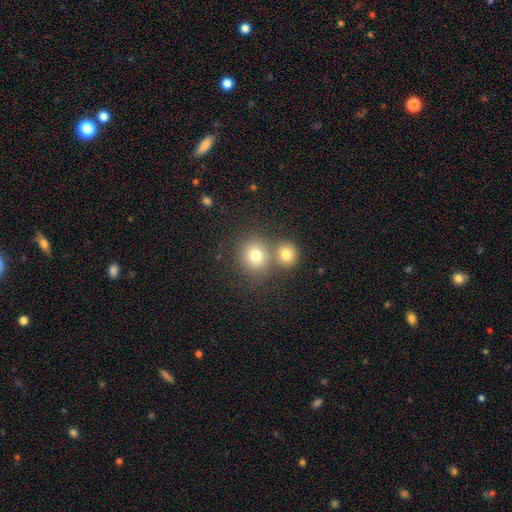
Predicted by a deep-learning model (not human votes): The model was most divided on "merging": none: 57%, merger: 32%, minor disturbance: 8%, major disturbance: 3%. More confident: how rounded — round (84%); smooth or featured — smooth (77%).